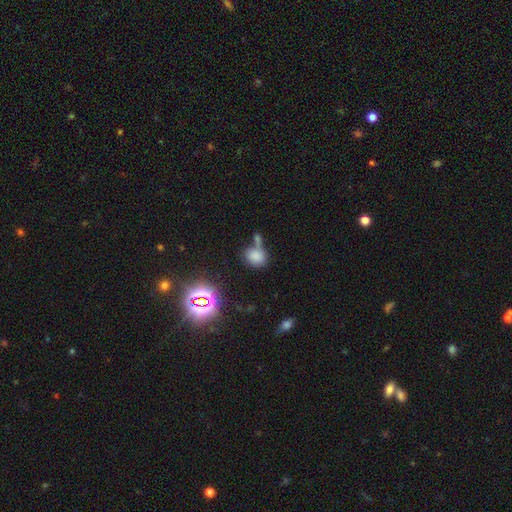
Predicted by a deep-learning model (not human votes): A smooth galaxy with no disk features (74%) that is in between round and cigar-shaped (54%).

Vote fractions:
- Smooth or featured? smooth: 74% / star or artifact: 18% / featured or disk: 8%
- How rounded? in between: 54% / round: 44% / cigar-shaped: 2%
- Merging? none: 48% / merger: 31% / minor disturbance: 15% / major disturbance: 7%